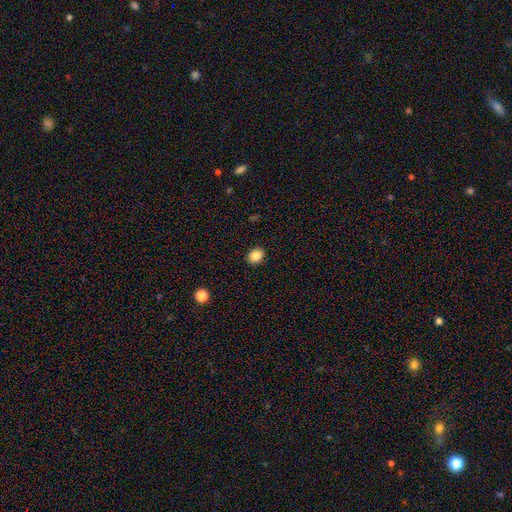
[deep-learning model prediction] smooth-or-featured: smooth: 86% | star or artifact: 9% | featured or disk: 5%
  how-rounded: in between: 50% | round: 49% | cigar-shaped: 1%
  merging: none: 90% | minor disturbance: 7% | major disturbance: 2% | merger: 1%